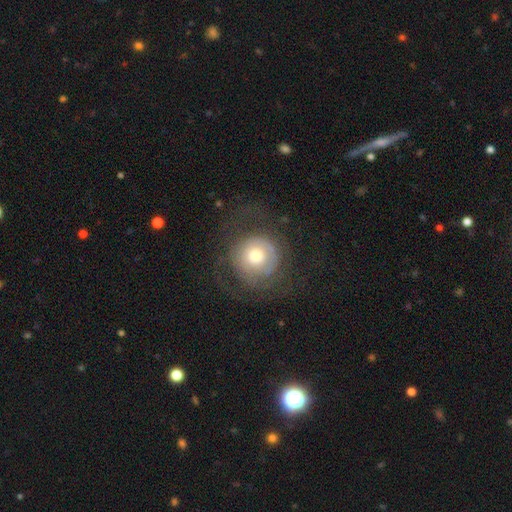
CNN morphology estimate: A featured or disk galaxy (46%). Merging: none (58%).